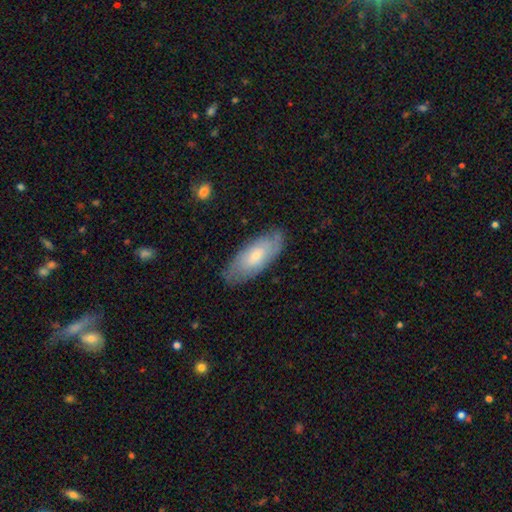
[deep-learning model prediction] Overall: smooth (60%; featured or disk 34%). How rounded: in between (81%). Merging: none (79%).